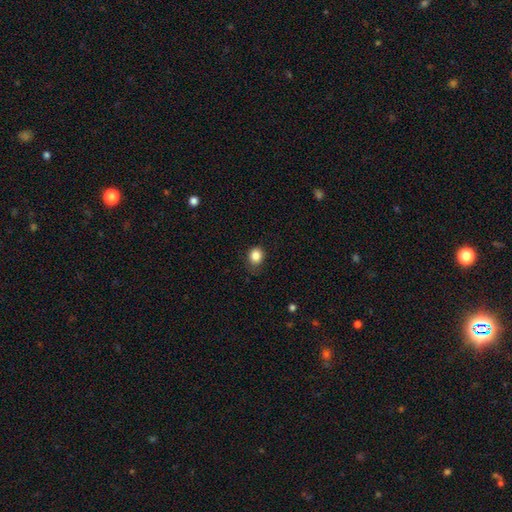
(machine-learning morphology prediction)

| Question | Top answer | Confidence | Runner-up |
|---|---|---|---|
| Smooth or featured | smooth | 85% | star or artifact (10%) |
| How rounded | round | 69% | in between (30%) |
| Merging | none | 76% | minor disturbance (19%) |